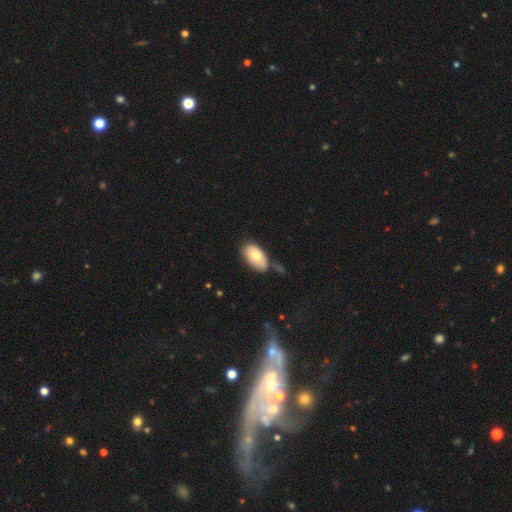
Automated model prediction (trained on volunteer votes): Smooth or featured?
  - smooth: 80% *
  - featured or disk: 14%
  - star or artifact: 6%
How rounded?
  - in between: 95% *
  - round: 4%
  - cigar-shaped: 2%
Merging?
  - none: 56% *
  - minor disturbance: 26%
  - merger: 11%
  - major disturbance: 7%